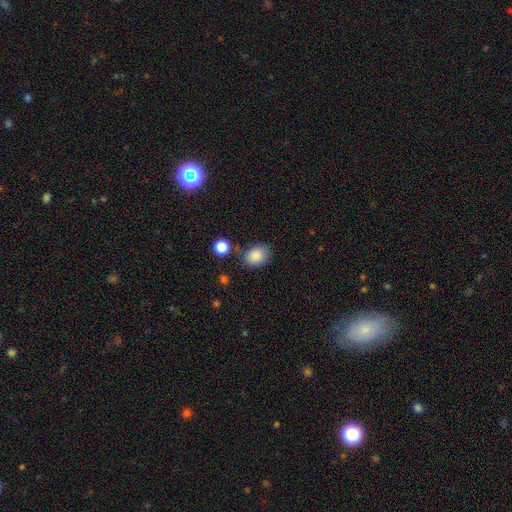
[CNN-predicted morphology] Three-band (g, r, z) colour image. It shows a smooth galaxy with no disk features (87%) that is in between round and cigar-shaped (61%). Merging: none (77%).